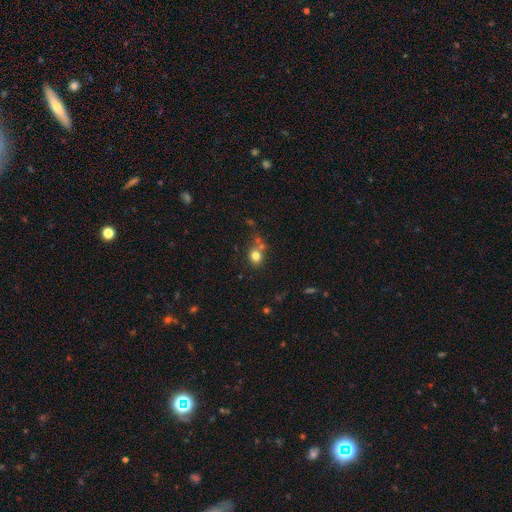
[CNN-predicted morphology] Smooth or featured: smooth — 78% (star or artifact — 13%)
How rounded: round — 68% (in between — 31%)
Merging: none — 57% (merger — 23%)